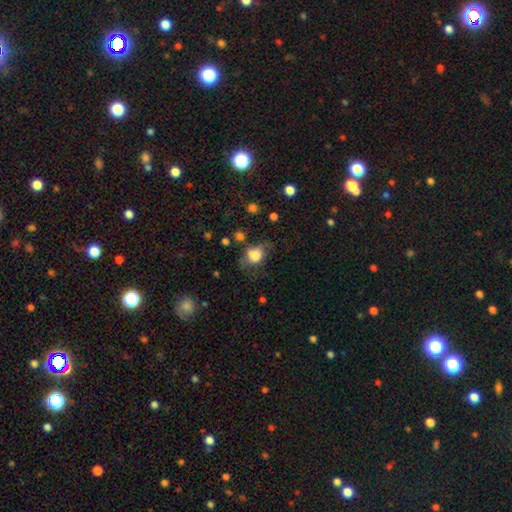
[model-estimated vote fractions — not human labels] A smooth galaxy with no disk features (73%) that is in between round and cigar-shaped (53%). Merging: none (37%).